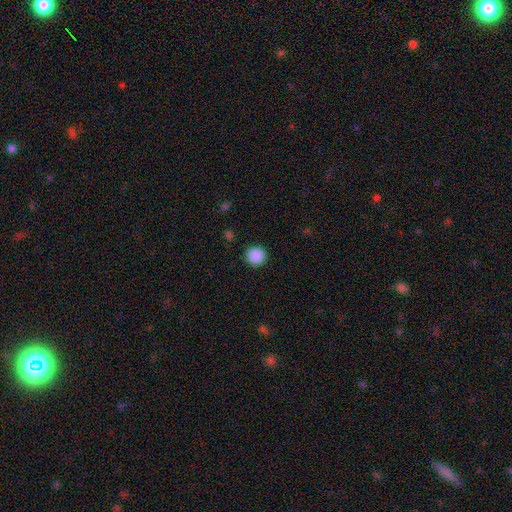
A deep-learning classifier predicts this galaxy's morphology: Q: Smooth or featured?
A: smooth (89%); runner-up: star or artifact (9%)
Q: How rounded?
A: round (94%); runner-up: in between (5%)
Q: Merging?
A: none (91%); runner-up: minor disturbance (5%)